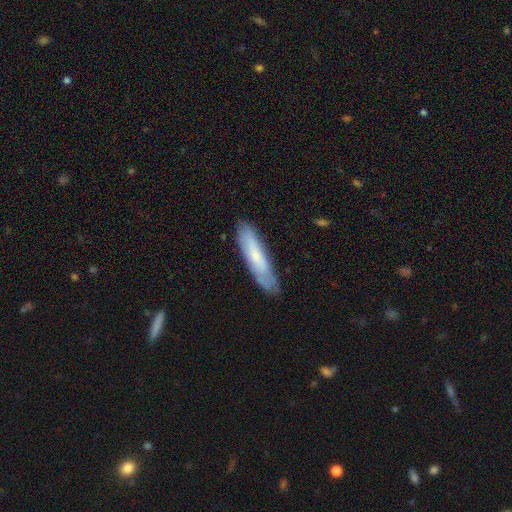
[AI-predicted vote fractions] smooth_or_featured: smooth (p=0.63) [alt: featured or disk p=0.31]
how_rounded: cigar-shaped (p=0.78) [alt: in between p=0.21]
merging: none (p=0.76) [alt: minor disturbance p=0.18]